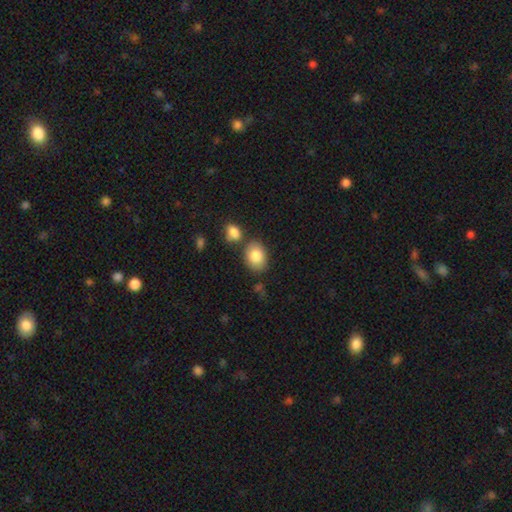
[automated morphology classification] smooth-or-featured: smooth: 84% | featured or disk: 9% | star or artifact: 7%
  how-rounded: in between: 68% | round: 30% | cigar-shaped: 1%
  merging: none: 71% | merger: 13% | minor disturbance: 12% | major disturbance: 3%